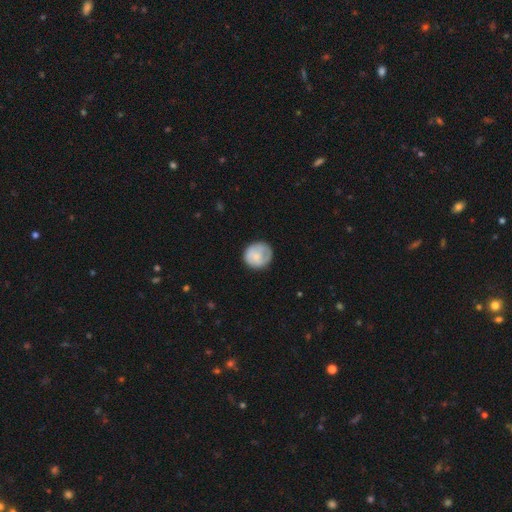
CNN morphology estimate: This appears to be a smooth galaxy with no disk features (74%) that is round (88%). Merging: none (73%).